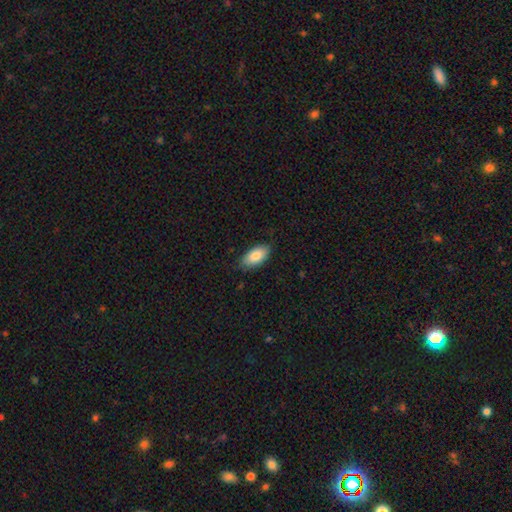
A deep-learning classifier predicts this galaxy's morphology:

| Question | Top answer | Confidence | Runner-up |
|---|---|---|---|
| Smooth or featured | smooth | 84% | featured or disk (10%) |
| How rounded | in between | 93% | cigar-shaped (5%) |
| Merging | none | 80% | minor disturbance (17%) |